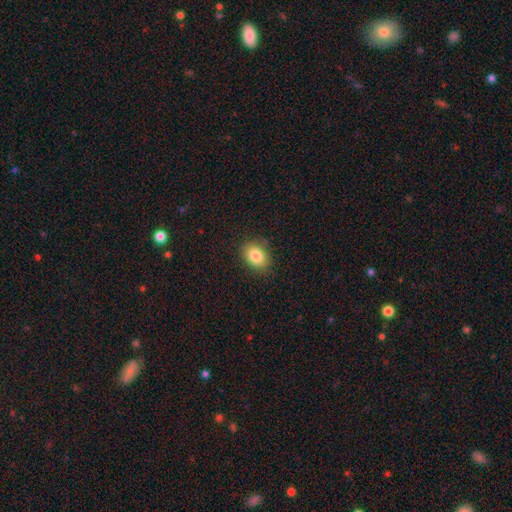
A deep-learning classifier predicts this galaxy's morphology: This appears to be a smooth galaxy with no disk features (84%) that is in between round and cigar-shaped (71%). Merging: none (85%).